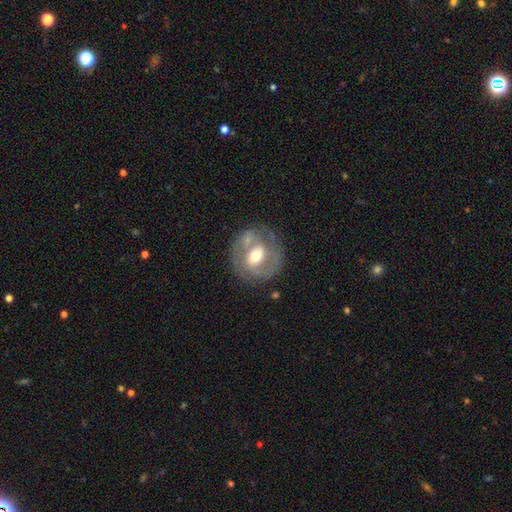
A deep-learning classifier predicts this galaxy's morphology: This appears to be a featured or disk galaxy (69%) with a weak bar (41%), spiral arms (68%) and a moderate central bulge (70%). Merging: none (69%).